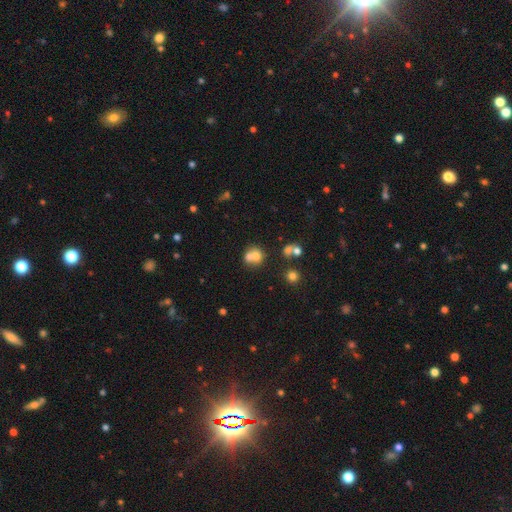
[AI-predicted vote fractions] The model was most divided on "merging": merger: 56%, none: 33%, minor disturbance: 7%, major disturbance: 4%. More confident: how rounded — round (73%); smooth or featured — smooth (66%).